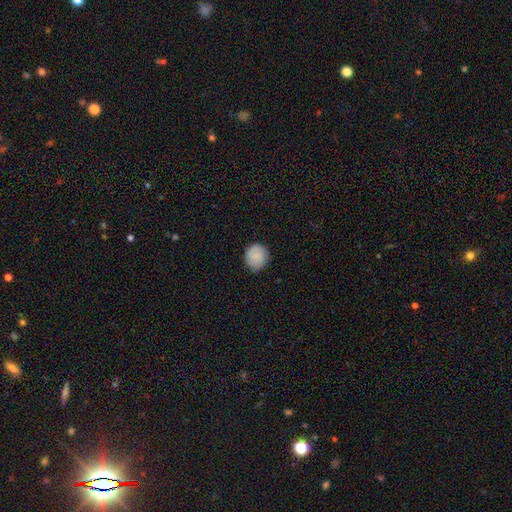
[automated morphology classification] A smooth galaxy with no disk features (82%) that is round (88%).

Vote fractions:
- Smooth or featured? smooth: 82% / featured or disk: 11% / star or artifact: 7%
- How rounded? round: 88% / in between: 12% / cigar-shaped: 1%
- Merging? none: 80% / minor disturbance: 16% / major disturbance: 3% / merger: 1%